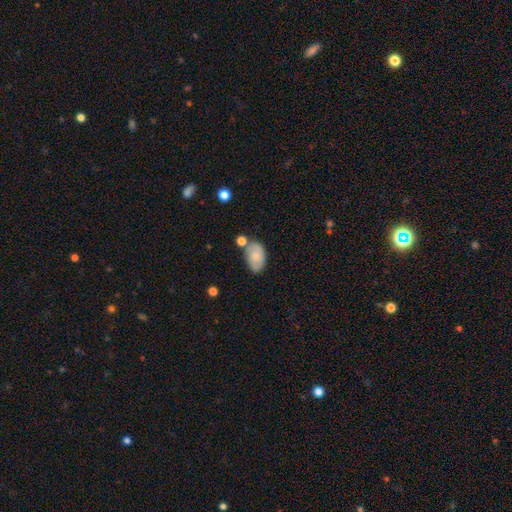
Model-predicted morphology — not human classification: smooth 73%, featured or disk 20%, star or artifact 7%. Down the decision tree: how rounded — in between (91%); merging — none (59%).